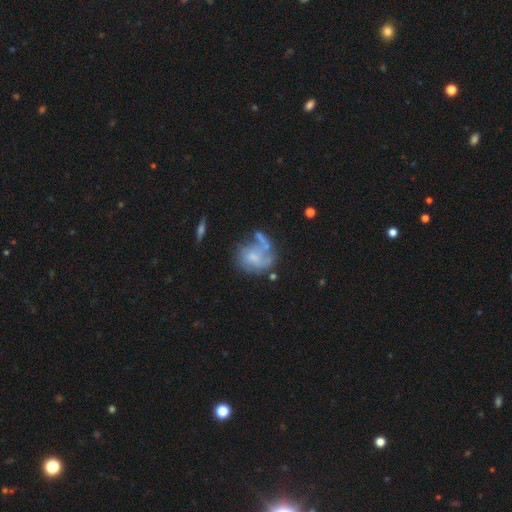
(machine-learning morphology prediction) Smooth or featured? Predicted: featured or disk (p=0.55). Edge-on disk? Predicted: no (p=0.97). Bar? Predicted: no (p=0.70). Spiral arms? Predicted: yes (p=0.56). Bulge size? Predicted: small (p=0.35). Merging? Predicted: none (p=0.35).